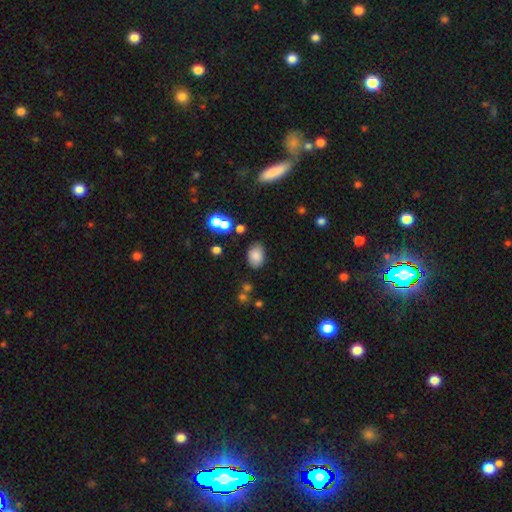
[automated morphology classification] This appears to be a smooth galaxy with no disk features (82%) that is in between round and cigar-shaped (80%). Merging: none (79%).